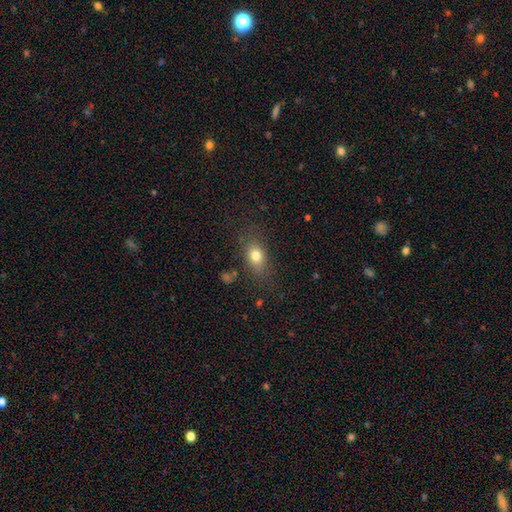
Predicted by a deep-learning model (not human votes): Overall: smooth (77%). How rounded: in between (73%). Merging: none (76%).